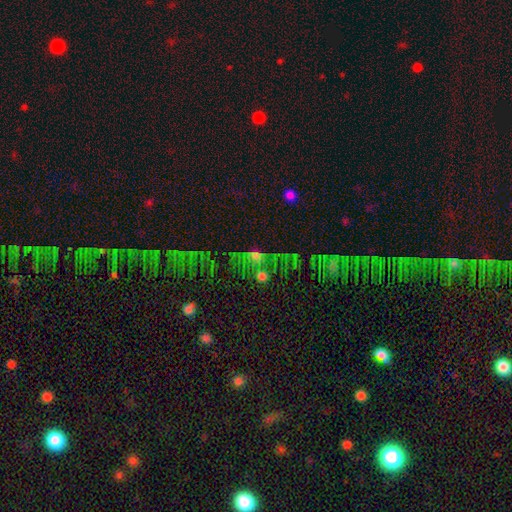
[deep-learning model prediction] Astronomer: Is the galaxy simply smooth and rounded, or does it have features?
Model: smooth — 42% (runner-up: star or artifact, 38%).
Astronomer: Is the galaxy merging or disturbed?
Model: none — 47%.